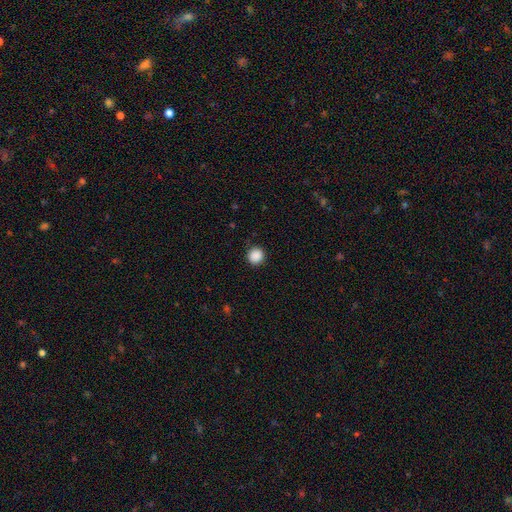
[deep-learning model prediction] Smooth or featured: smooth — 88% (star or artifact — 9%)
How rounded: round — 94% (in between — 5%)
Merging: none — 90% (minor disturbance — 7%)